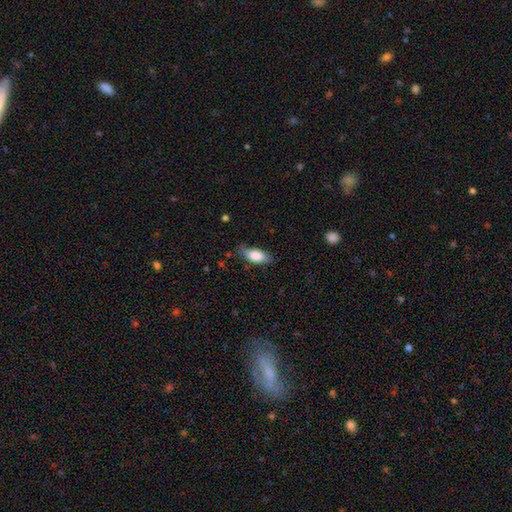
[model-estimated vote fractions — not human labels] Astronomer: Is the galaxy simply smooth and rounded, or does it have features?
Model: smooth — 80%.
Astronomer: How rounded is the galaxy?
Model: in between — 83%.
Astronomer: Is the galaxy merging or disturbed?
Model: none — 67%.